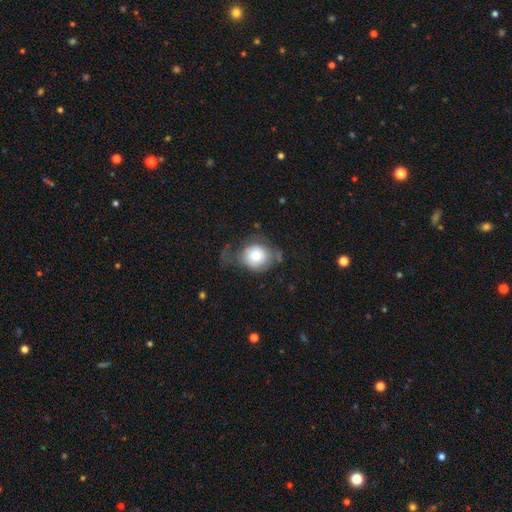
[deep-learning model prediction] smooth-or-featured: smooth: 63% | featured or disk: 28% | star or artifact: 8%
  how-rounded: round: 78% | in between: 21% | cigar-shaped: 1%
  merging: none: 39% | major disturbance: 32% | minor disturbance: 26% | merger: 3%